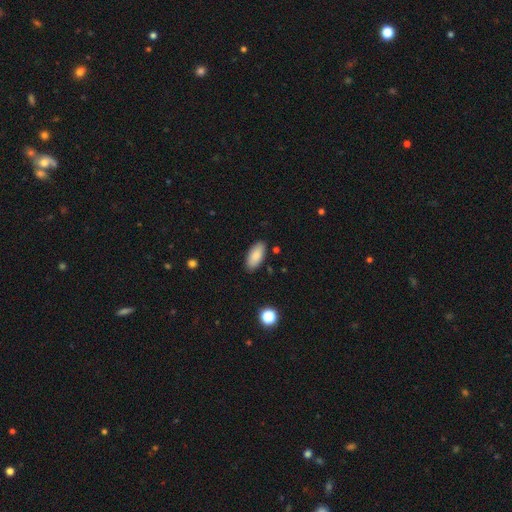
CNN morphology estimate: This is clearly a smooth galaxy (87%). How rounded: clearly in between (90%). Merging: clearly none (87%).